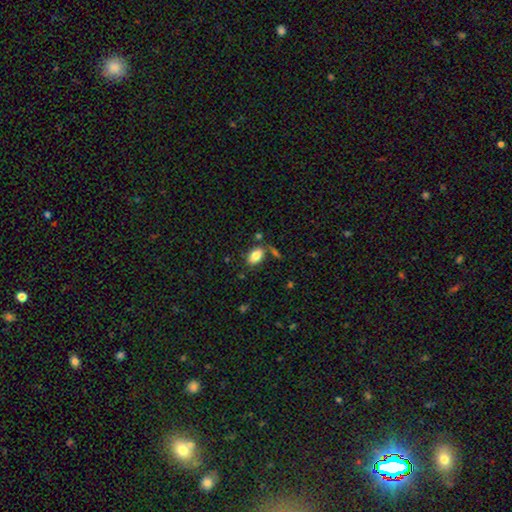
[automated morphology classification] A smooth galaxy with no disk features (82%) that is in between round and cigar-shaped (91%).

Vote fractions:
- Smooth or featured? smooth: 82% / featured or disk: 10% / star or artifact: 8%
- How rounded? in between: 91% / round: 6% / cigar-shaped: 2%
- Merging? none: 73% / minor disturbance: 13% / merger: 9% / major disturbance: 4%